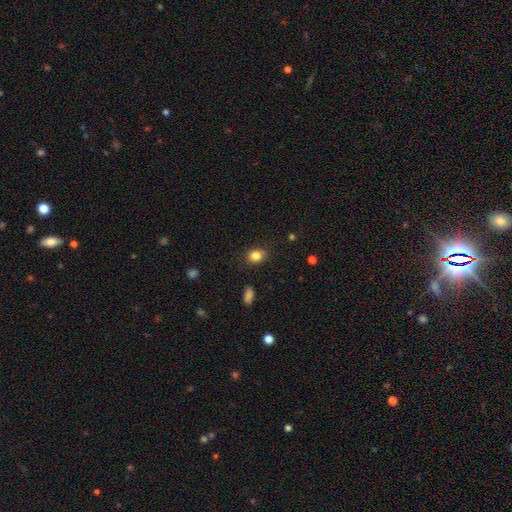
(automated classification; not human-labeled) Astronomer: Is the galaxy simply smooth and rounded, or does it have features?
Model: smooth — 83%.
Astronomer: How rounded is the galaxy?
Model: in between — 56% (runner-up: round, 43%).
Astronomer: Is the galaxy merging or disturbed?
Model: none — 83%.